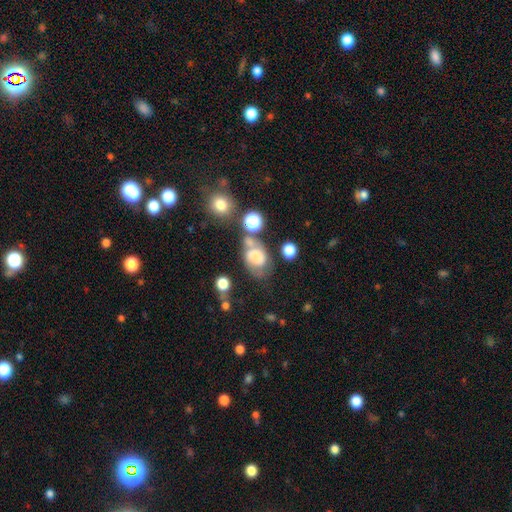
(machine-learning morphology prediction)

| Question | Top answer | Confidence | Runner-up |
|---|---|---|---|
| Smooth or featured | smooth | 55% | featured or disk (31%) |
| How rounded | in between | 68% | round (31%) |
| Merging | none | 36% | merger (24%) |